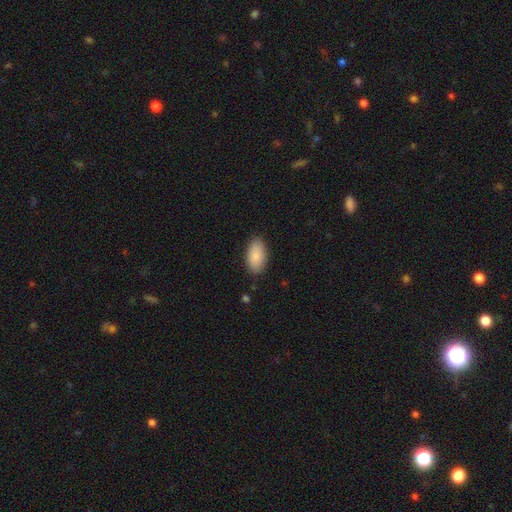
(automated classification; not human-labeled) Smooth or featured? Predicted: smooth (p=0.86). How rounded? Predicted: in between (p=0.94). Merging? Predicted: none (p=0.86).